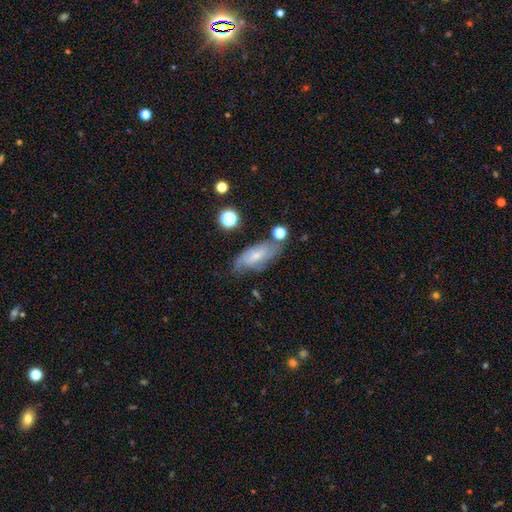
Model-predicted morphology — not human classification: A featured or disk galaxy (47%).

Vote fractions:
- Smooth or featured? featured or disk: 47% / smooth: 44% / star or artifact: 9%
- Merging? none: 59% / minor disturbance: 25% / major disturbance: 10% / merger: 7%